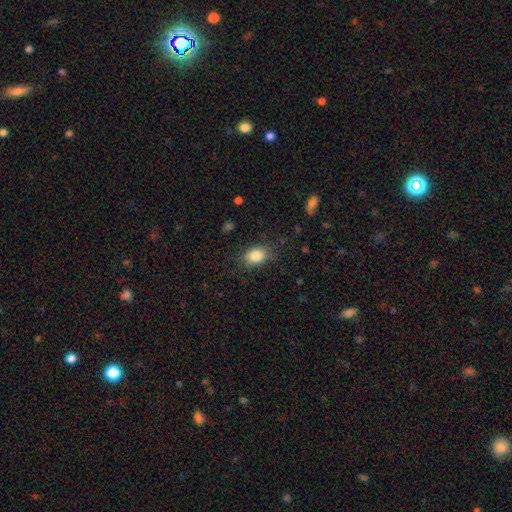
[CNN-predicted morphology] Overall: smooth (85%). How rounded: in between (73%). Merging: none (78%).